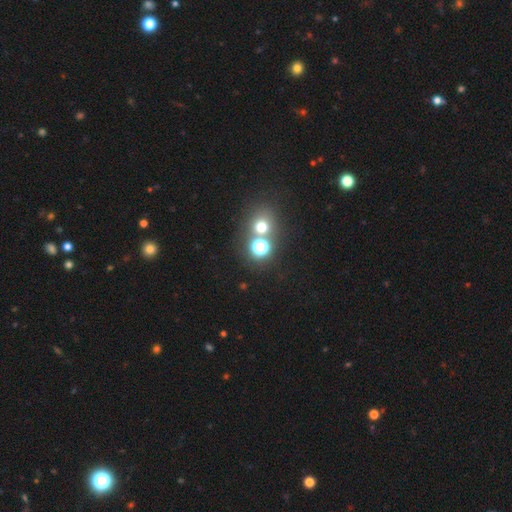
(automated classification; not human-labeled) A smooth galaxy with no disk features (48%). Merging: none (59%).